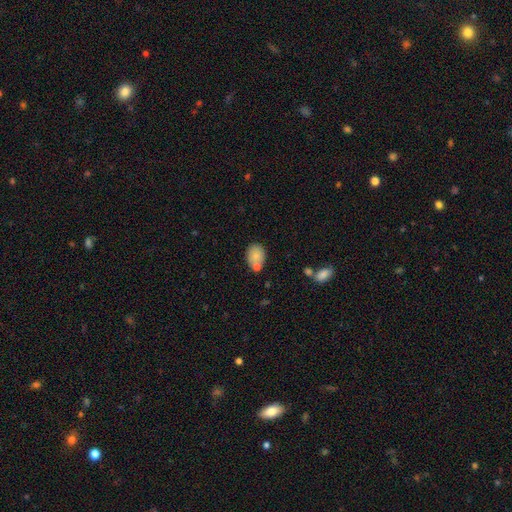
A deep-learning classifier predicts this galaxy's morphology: This appears to be a smooth galaxy with no disk features (80%) that is in between round and cigar-shaped (68%). Merging: none (60%).